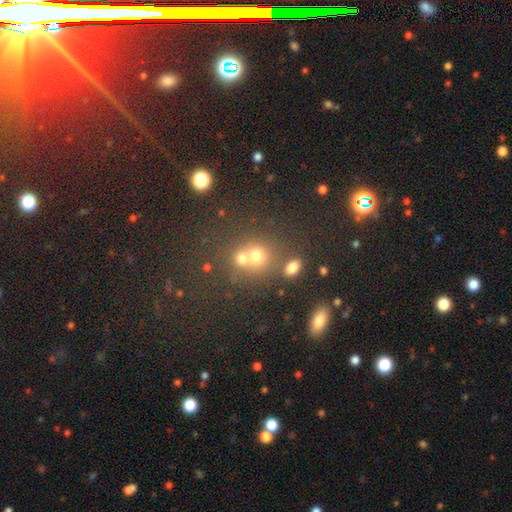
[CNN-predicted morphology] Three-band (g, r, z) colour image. It shows a smooth galaxy with no disk features (66%) that is round (77%). Merging: merger (46%).